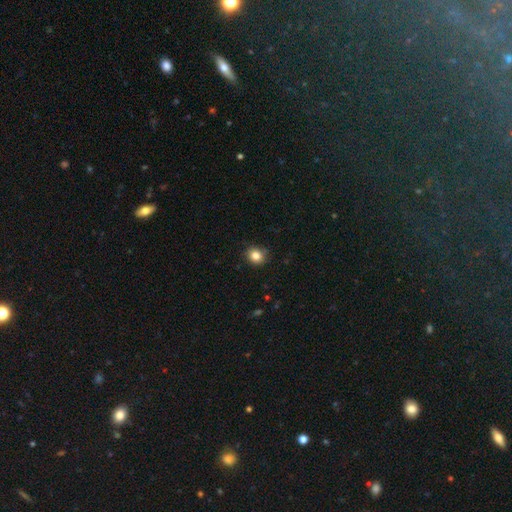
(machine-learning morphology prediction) The model was most divided on "how rounded": round: 70%, in between: 29%, cigar-shaped: 1%. More confident: merging — none (84%); smooth or featured — smooth (83%).